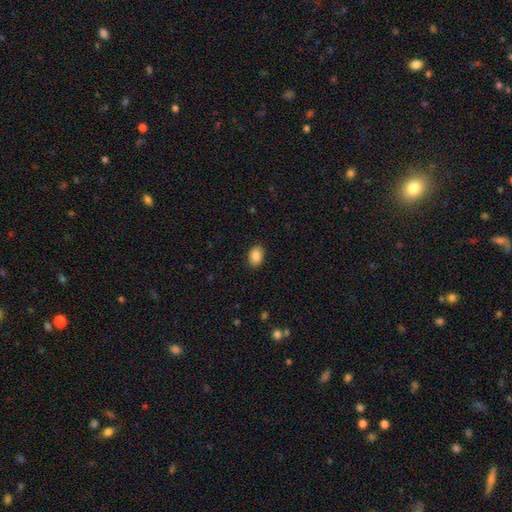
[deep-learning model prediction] Morphology: type=smooth (88%); roundness=in between (80%); merging=none (89%).